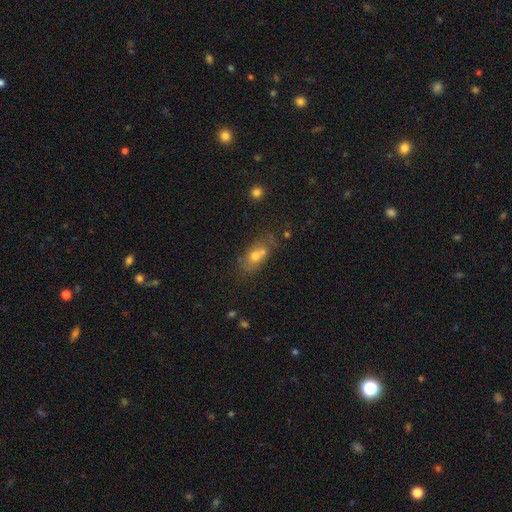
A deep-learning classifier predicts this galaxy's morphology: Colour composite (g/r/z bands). It shows a smooth galaxy with no disk features (64%) that is in between round and cigar-shaped (69%). Merging: merger (41%).